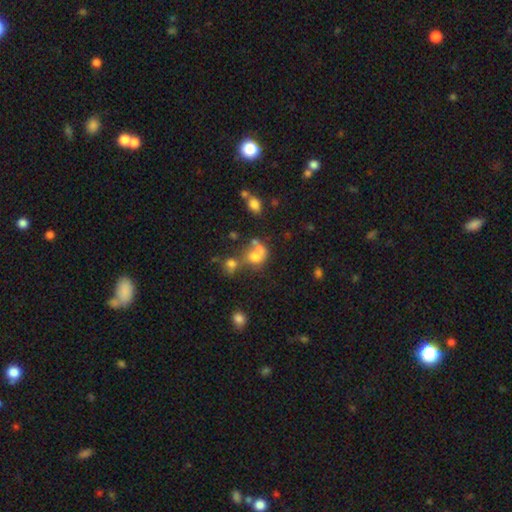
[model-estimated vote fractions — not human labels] A smooth galaxy with no disk features (65%) that is round (59%). Merging: merger (47%).